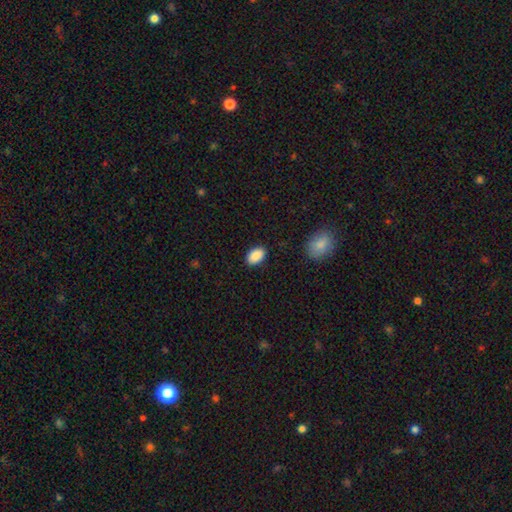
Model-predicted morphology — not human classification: This is clearly a smooth galaxy (89%). How rounded: clearly in between (89%). Merging: clearly none (87%).